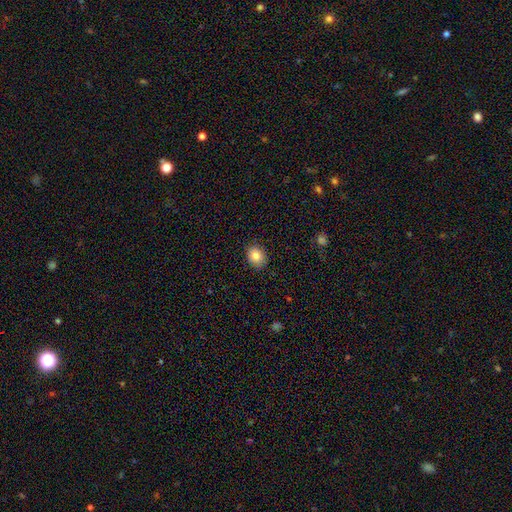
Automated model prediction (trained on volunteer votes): This is clearly a smooth galaxy (83%). How rounded: possibly in between (50%, tied with round). Merging: clearly none (88%).